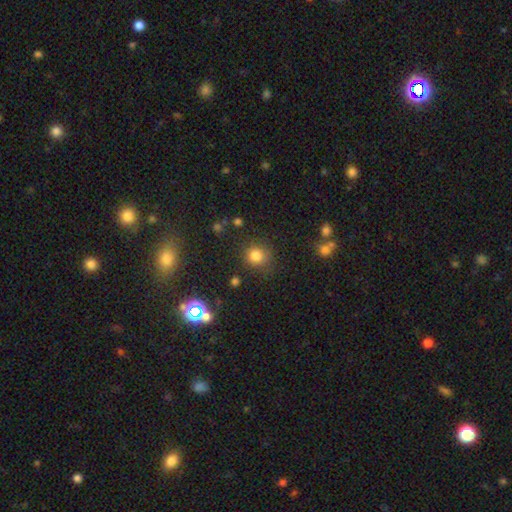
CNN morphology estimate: Smooth or featured? Predicted: smooth (p=0.80). How rounded? Predicted: round (p=0.89). Merging? Predicted: none (p=0.81).